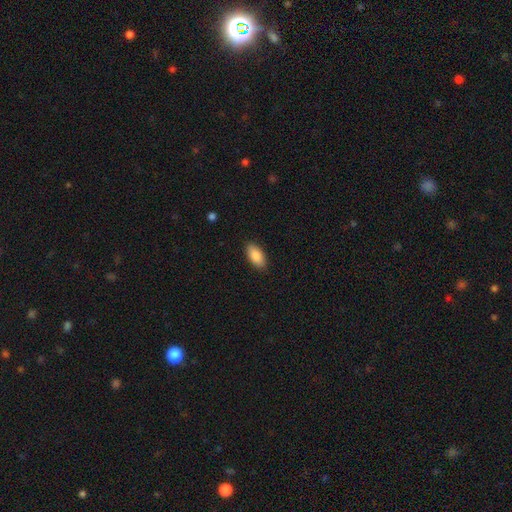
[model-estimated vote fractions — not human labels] A smooth galaxy with no disk features (88%) that is in between round and cigar-shaped (91%). Merging: none (89%).